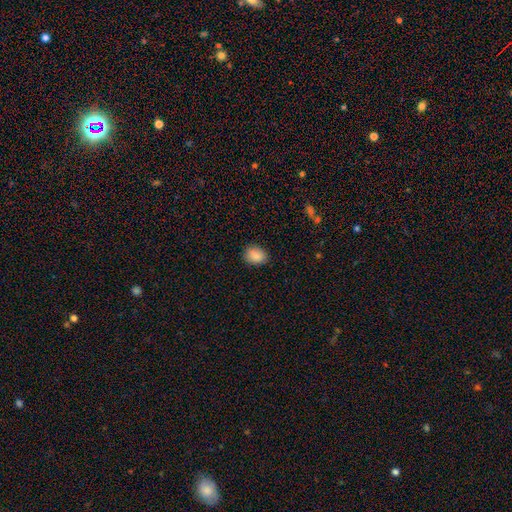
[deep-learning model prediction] Morphology: type=smooth (89%); roundness=in between (68%); merging=none (87%).